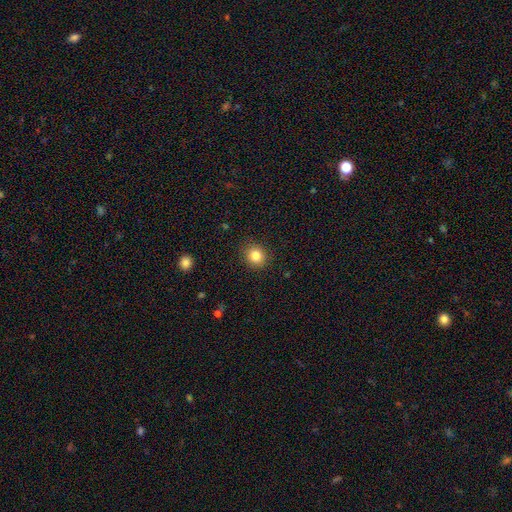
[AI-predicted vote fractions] A smooth galaxy with no disk features (84%) that is round (85%). Merging: none (90%).